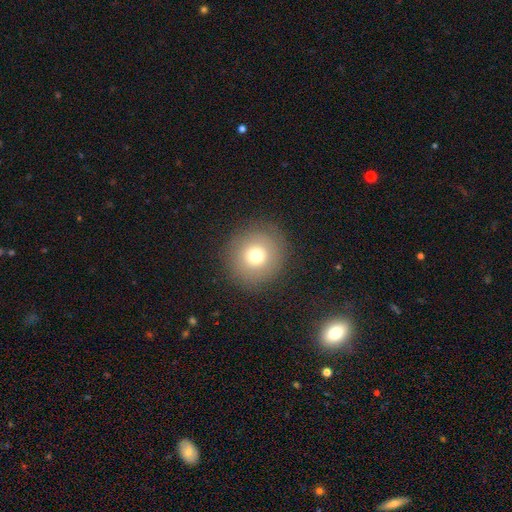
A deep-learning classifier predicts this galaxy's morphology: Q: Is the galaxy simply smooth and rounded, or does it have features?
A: smooth — 72%.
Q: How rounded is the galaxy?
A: round — 92%.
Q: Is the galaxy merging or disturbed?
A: none — 89%.